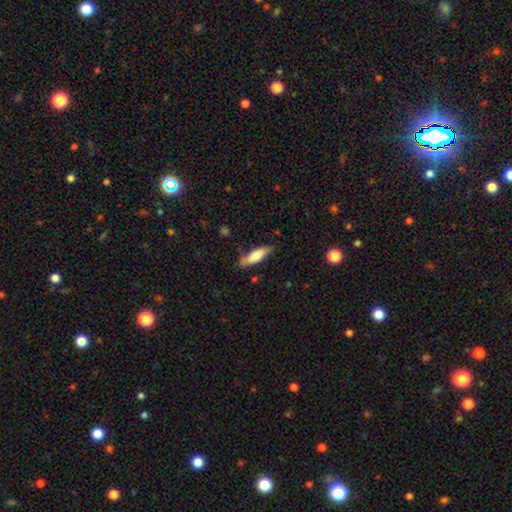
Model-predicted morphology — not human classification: type=smooth (69%); roundness=cigar-shaped (55%); merging=none (77%).